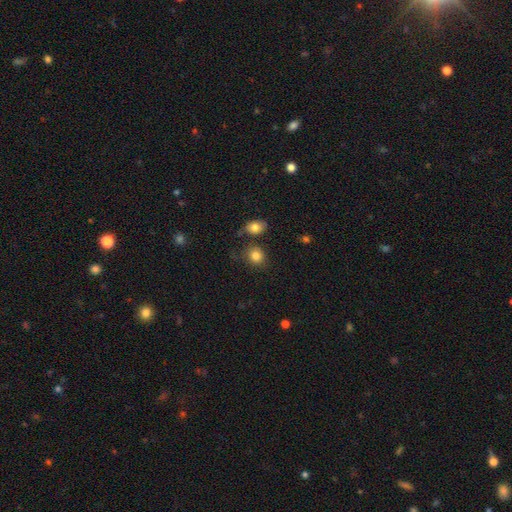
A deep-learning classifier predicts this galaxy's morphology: Smooth or featured?
  - smooth: 83% *
  - star or artifact: 10%
  - featured or disk: 6%
How rounded?
  - round: 72% *
  - in between: 27%
  - cigar-shaped: 1%
Merging?
  - none: 74% *
  - minor disturbance: 13%
  - merger: 9%
  - major disturbance: 4%